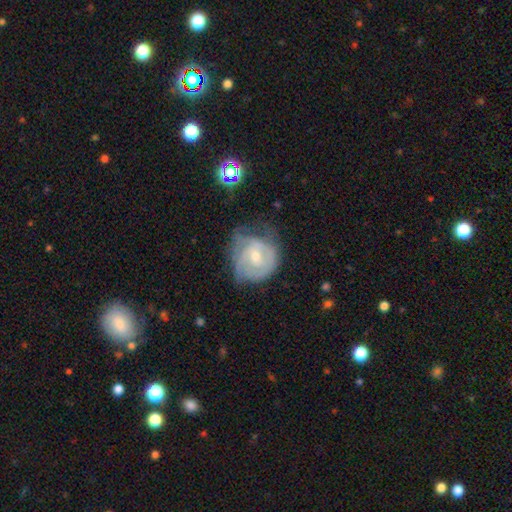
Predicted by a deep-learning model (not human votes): Q: Smooth or featured?
A: featured or disk (69%); runner-up: smooth (23%)
Q: Edge-on disk?
A: no (97%); runner-up: yes (3%)
Q: Bar?
A: no (56%); runner-up: weak (37%)
Q: Spiral arms?
A: yes (81%); runner-up: no (19%)
Q: Spiral winding?
A: tight (62%); runner-up: medium (29%)
Q: Spiral arm count?
A: can't tell (43%); runner-up: 2 (31%)
Q: Bulge size?
A: moderate (48%); tied with: small (48%)
Q: Merging?
A: none (44%); runner-up: minor disturbance (32%)